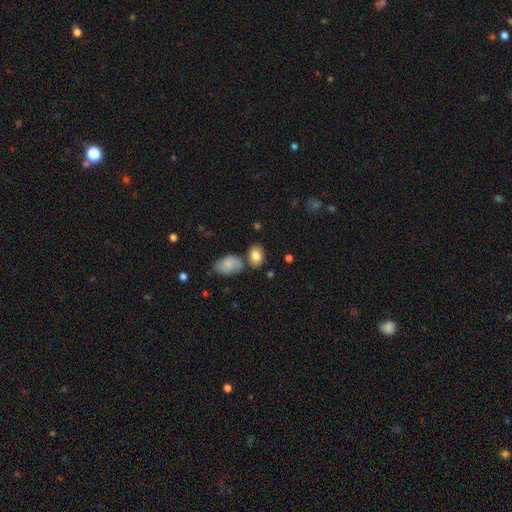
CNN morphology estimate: Smooth or featured: smooth — 83% (featured or disk — 9%)
How rounded: in between — 83% (round — 15%)
Merging: none — 67% (merger — 15%)